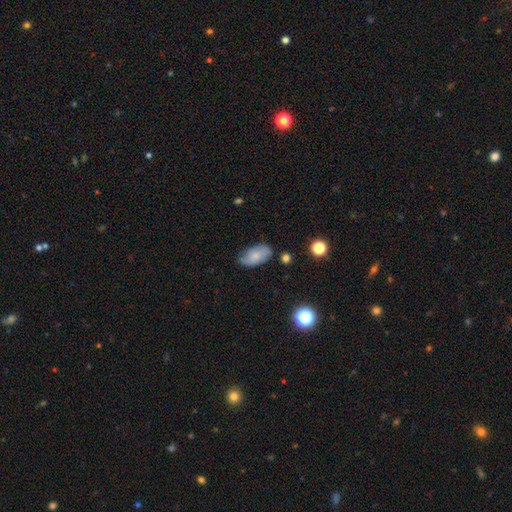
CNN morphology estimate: A smooth galaxy with no disk features (68%) that is in between round and cigar-shaped (93%).

Vote fractions:
- Smooth or featured? smooth: 68% / featured or disk: 24% / star or artifact: 8%
- How rounded? in between: 93% / round: 4% / cigar-shaped: 3%
- Merging? none: 64% / minor disturbance: 28% / major disturbance: 6% / merger: 3%